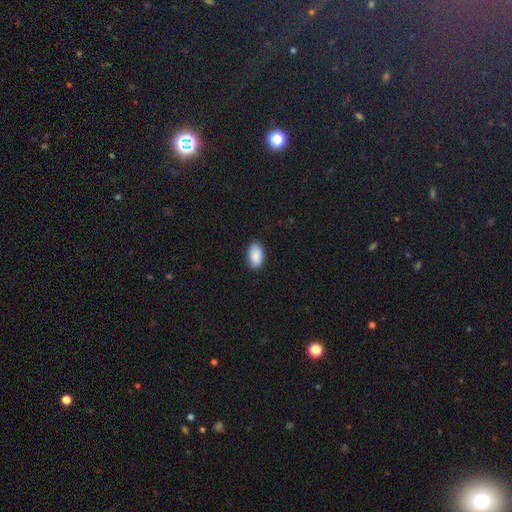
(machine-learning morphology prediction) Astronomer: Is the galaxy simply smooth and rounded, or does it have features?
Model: smooth — 89%.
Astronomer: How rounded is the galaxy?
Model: in between — 94%.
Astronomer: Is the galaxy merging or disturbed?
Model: none — 87%.